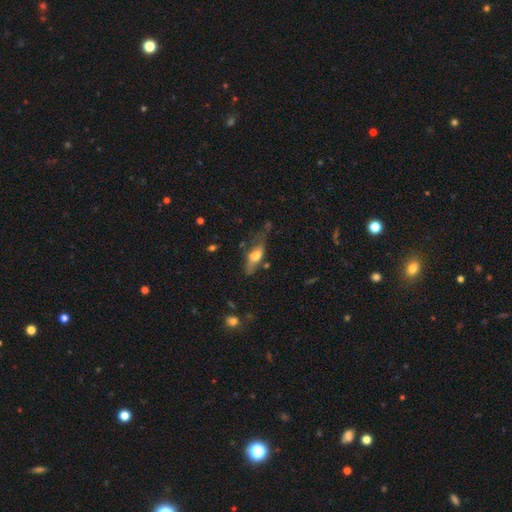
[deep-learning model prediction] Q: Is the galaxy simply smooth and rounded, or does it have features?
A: smooth — 56%.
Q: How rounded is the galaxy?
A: in between — 62%.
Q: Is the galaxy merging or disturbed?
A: none — 43%.